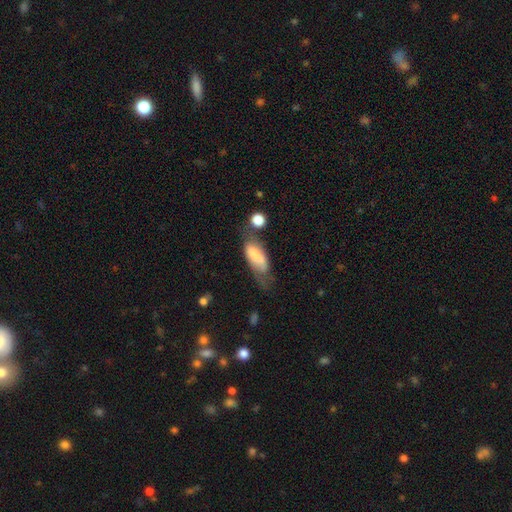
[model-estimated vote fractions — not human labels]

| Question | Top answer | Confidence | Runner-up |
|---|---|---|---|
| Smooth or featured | smooth | 71% | featured or disk (22%) |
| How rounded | in between | 77% | cigar-shaped (20%) |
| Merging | none | 34% | minor disturbance (31%) |